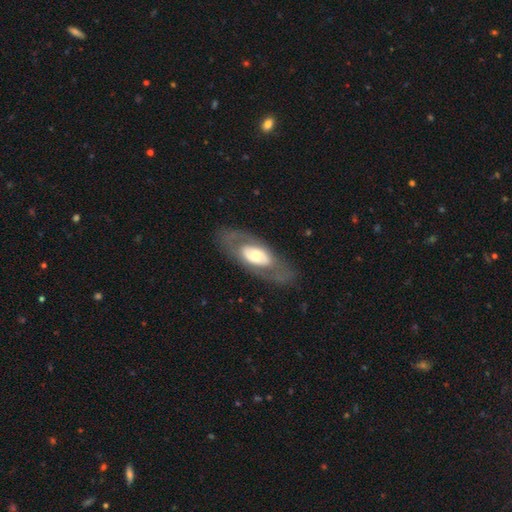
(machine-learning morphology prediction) A featured or disk galaxy (59%) with no bar (78%), no spiral arms (80%) and a moderate central bulge (56%).

Vote fractions:
- Smooth or featured? featured or disk: 59% / smooth: 35% / star or artifact: 6%
- Edge-on disk? no: 84% / yes: 16%
- Bar? no: 78% / weak: 14% / strong: 9%
- Spiral arms? no: 80% / yes: 20%
- Bulge size? moderate: 56% / large: 22% / small: 18% / dominant: 3% / none: 1%
- Merging? none: 76% / minor disturbance: 13% / major disturbance: 10% / merger: 1%